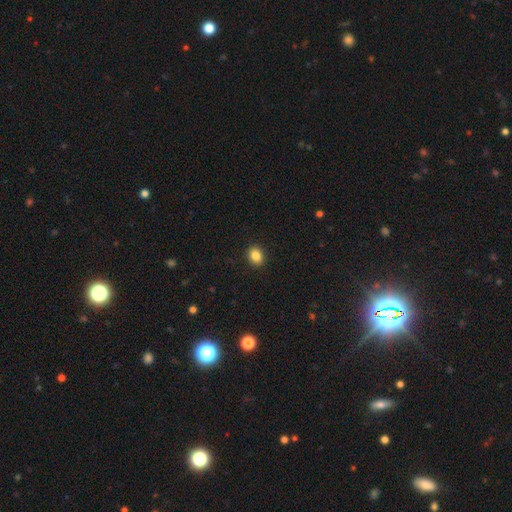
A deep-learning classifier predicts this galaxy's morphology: A smooth galaxy with no disk features (85%) that is in between round and cigar-shaped (51%).

Vote fractions:
- Smooth or featured? smooth: 85% / star or artifact: 10% / featured or disk: 5%
- How rounded? in between: 51% / round: 48% / cigar-shaped: 1%
- Merging? none: 91% / minor disturbance: 6% / major disturbance: 2% / merger: 1%